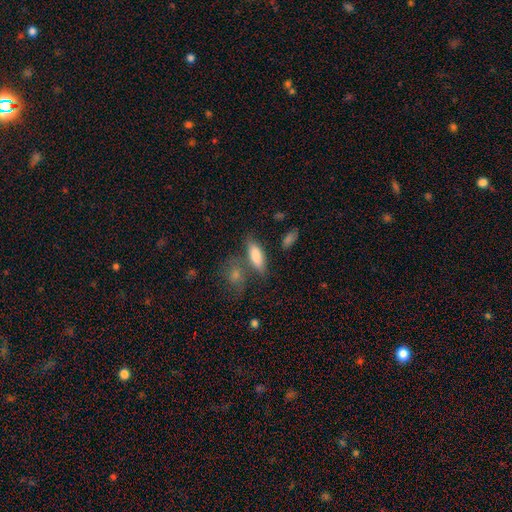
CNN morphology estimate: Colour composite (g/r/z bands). It shows a smooth galaxy with no disk features (81%) that is in between round and cigar-shaped (61%). Merging: none (57%).